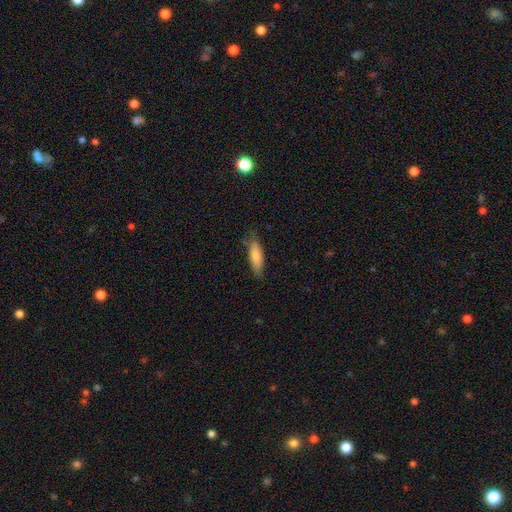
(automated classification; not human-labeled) Overall: smooth (77%). How rounded: cigar-shaped (55%; in between 44%). Merging: none (74%).